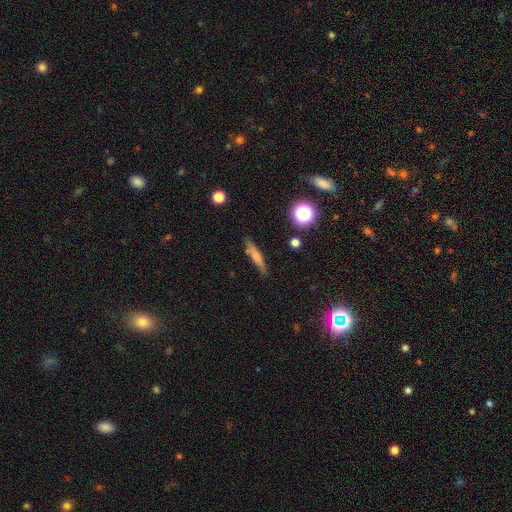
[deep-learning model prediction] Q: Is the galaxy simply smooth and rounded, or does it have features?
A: smooth — 61%.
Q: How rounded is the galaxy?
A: cigar-shaped — 87%.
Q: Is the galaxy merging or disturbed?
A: none — 82%.